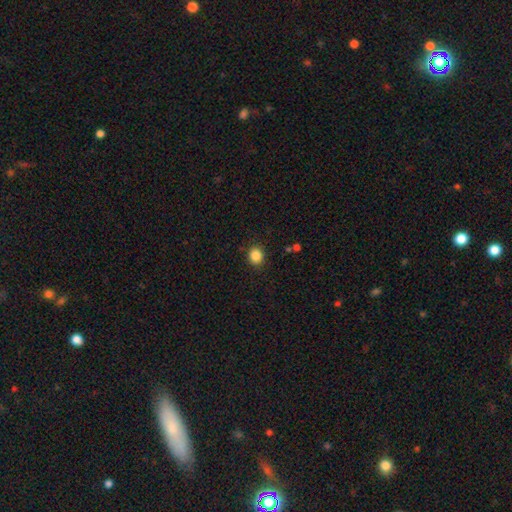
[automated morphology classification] Smooth or featured?
  - smooth: 86% *
  - star or artifact: 10%
  - featured or disk: 4%
How rounded?
  - round: 77% *
  - in between: 22%
  - cigar-shaped: 1%
Merging?
  - none: 89% *
  - minor disturbance: 8%
  - major disturbance: 2%
  - merger: 1%